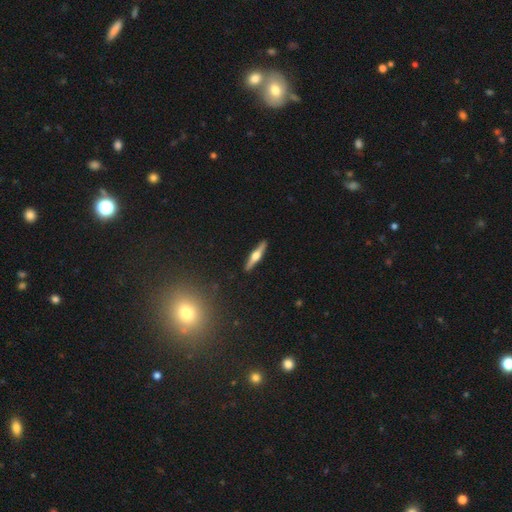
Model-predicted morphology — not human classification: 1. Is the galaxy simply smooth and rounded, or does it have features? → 67% featured or disk, 28% smooth, 6% star or artifact.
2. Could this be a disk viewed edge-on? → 97% yes, 3% no.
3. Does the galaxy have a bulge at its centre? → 91% rounded, 6% boxy, 3% none.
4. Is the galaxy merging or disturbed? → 91% none, 7% minor disturbance, 1% major disturbance, 1% merger.